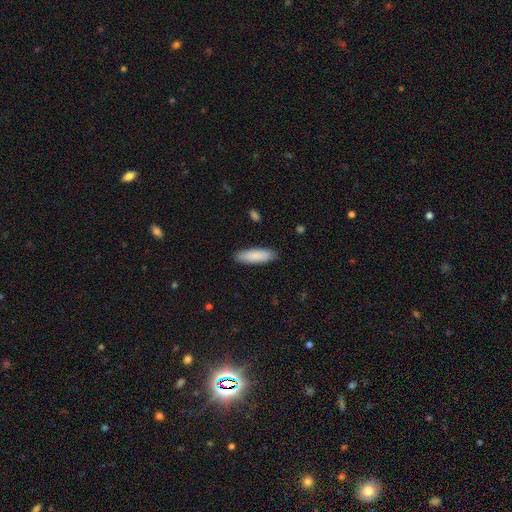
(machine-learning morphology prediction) Smooth or featured? smooth (88%)
How rounded? in between (51%)
Merging? none (87%)